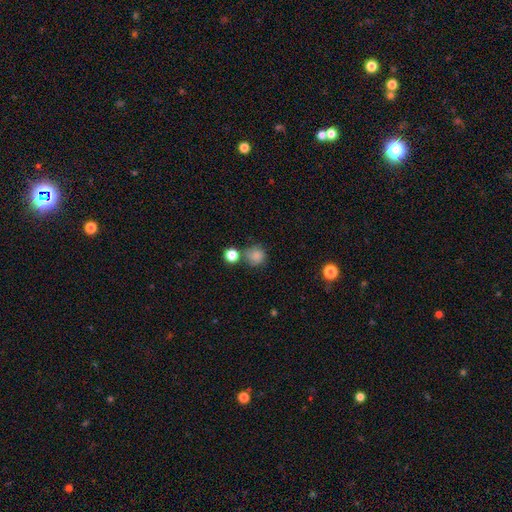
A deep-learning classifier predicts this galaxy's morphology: smooth 82%, star or artifact 12%, featured or disk 7%. Down the decision tree: how rounded — round (89%); merging — none (64%).